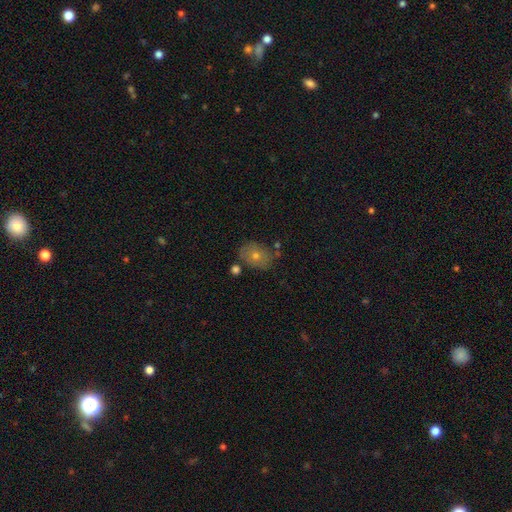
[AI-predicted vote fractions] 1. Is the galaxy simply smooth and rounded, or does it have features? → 59% smooth, 27% featured or disk, 14% star or artifact.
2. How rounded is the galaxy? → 60% in between, 38% round, 1% cigar-shaped.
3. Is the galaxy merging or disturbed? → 72% none, 15% minor disturbance, 8% merger, 4% major disturbance.